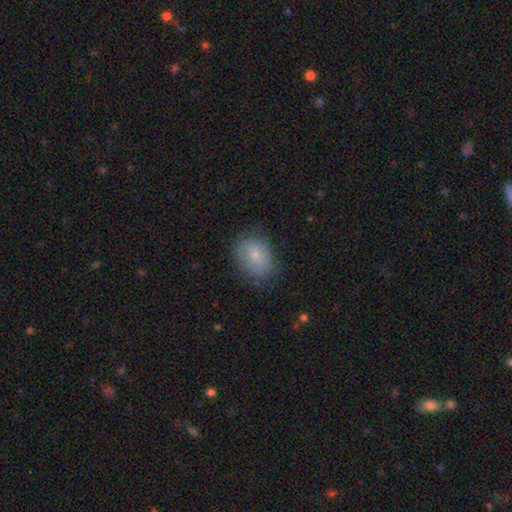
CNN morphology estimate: type=smooth (75%); roundness=in between (65%); merging=none (69%).